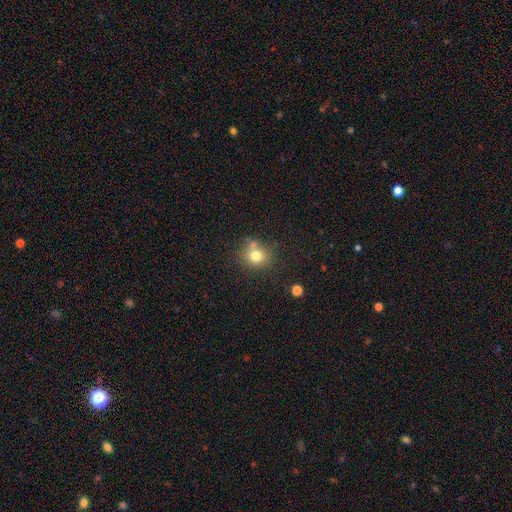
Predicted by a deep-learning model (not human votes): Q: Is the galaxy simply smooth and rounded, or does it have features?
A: smooth — 76%.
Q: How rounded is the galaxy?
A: round — 80%.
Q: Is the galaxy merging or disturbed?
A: none — 64%.